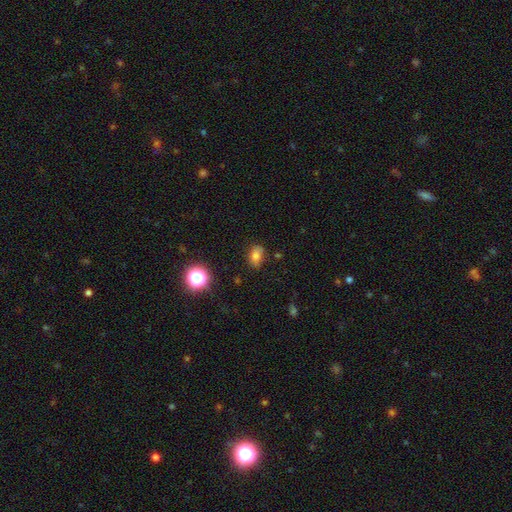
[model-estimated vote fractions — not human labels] A smooth galaxy with no disk features (76%) that is in between round and cigar-shaped (78%). Merging: none (75%).